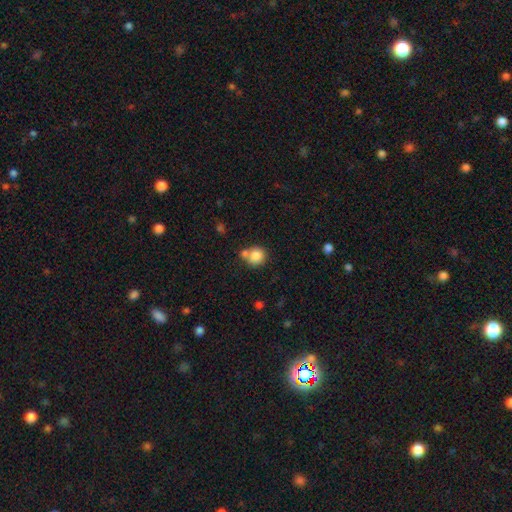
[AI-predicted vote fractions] Smooth or featured?
  - smooth: 83% *
  - star or artifact: 9%
  - featured or disk: 7%
How rounded?
  - round: 89% *
  - in between: 10%
  - cigar-shaped: 1%
Merging?
  - none: 56% *
  - merger: 30%
  - minor disturbance: 10%
  - major disturbance: 3%